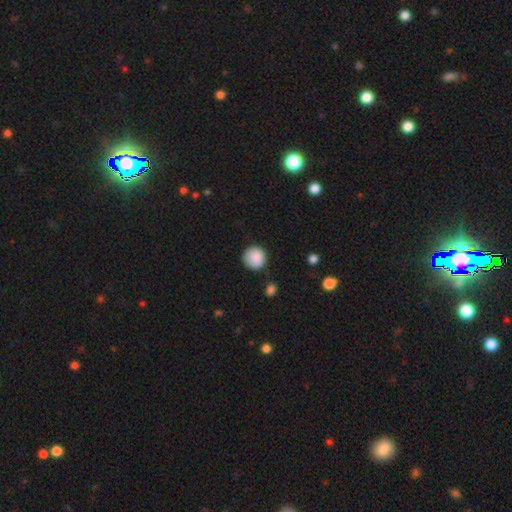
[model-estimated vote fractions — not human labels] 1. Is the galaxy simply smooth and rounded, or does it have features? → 88% smooth, 8% star or artifact, 5% featured or disk.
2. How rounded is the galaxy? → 92% round, 7% in between, 1% cigar-shaped.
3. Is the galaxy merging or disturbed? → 80% none, 14% minor disturbance, 3% major disturbance, 2% merger.